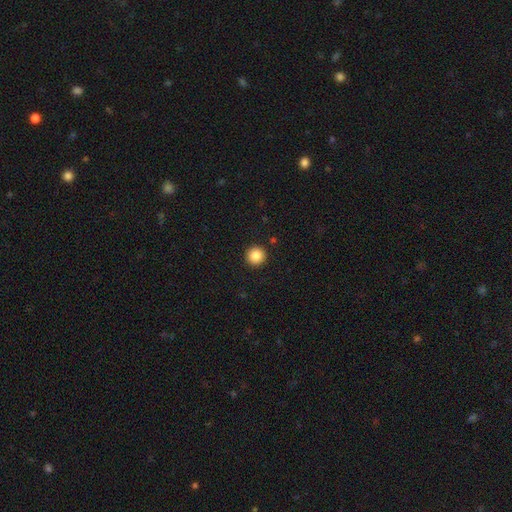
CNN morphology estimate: smooth 87%, star or artifact 9%, featured or disk 4%. Down the decision tree: how rounded — round (96%); merging — none (93%).